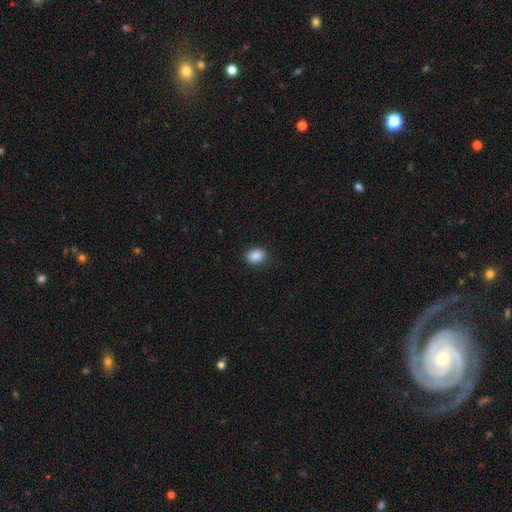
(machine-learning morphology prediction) A smooth galaxy with no disk features (88%) that is in between round and cigar-shaped (67%).

Vote fractions:
- Smooth or featured? smooth: 88% / star or artifact: 9% / featured or disk: 3%
- How rounded? in between: 67% / round: 32% / cigar-shaped: 1%
- Merging? none: 88% / minor disturbance: 9% / major disturbance: 2% / merger: 1%